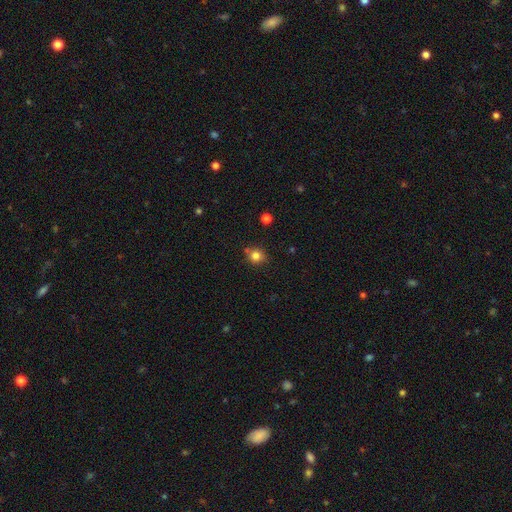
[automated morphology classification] Overall: smooth (81%). How rounded: round (81%). Merging: none (76%).